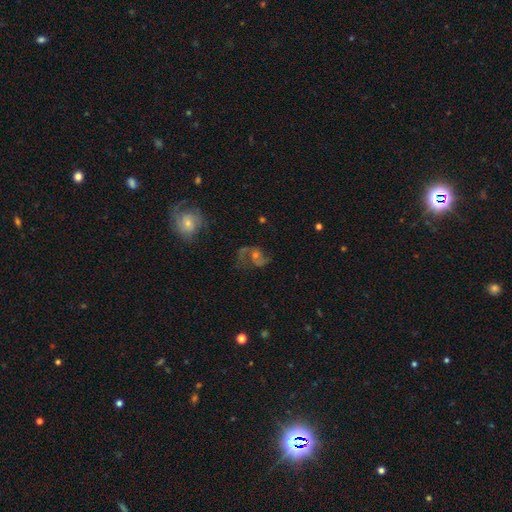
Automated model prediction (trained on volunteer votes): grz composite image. It shows a featured or disk galaxy (75%) with no bar (62%), 2 (84%) medium (46%) spiral arms (92%) and a moderate central bulge (46%). Merging: none (62%).